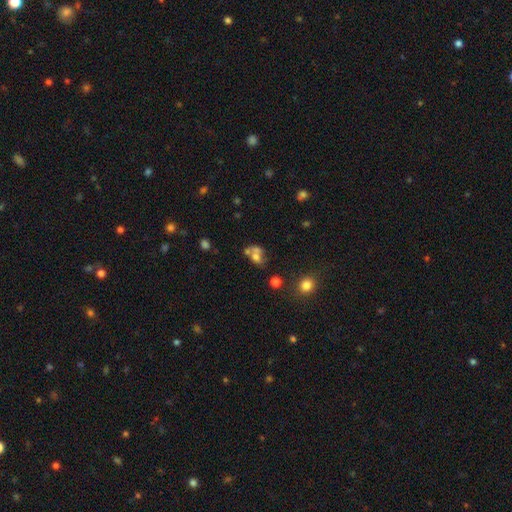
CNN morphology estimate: This appears to be a smooth galaxy with no disk features (59%) that is in between round and cigar-shaped (53%). Merging: merger (54%).